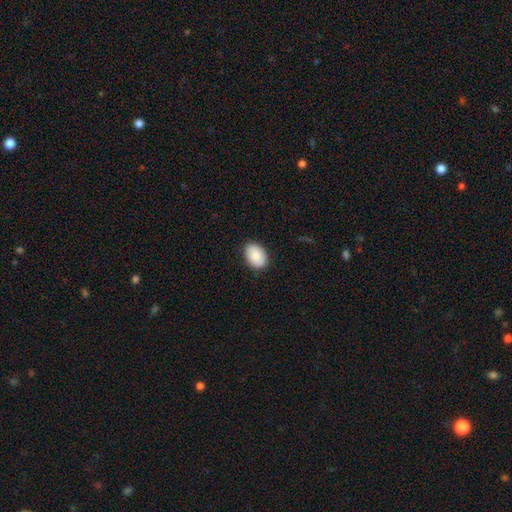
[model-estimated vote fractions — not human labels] Smooth or featured? Predicted: smooth (p=0.86). How rounded? Predicted: in between (p=0.83). Merging? Predicted: none (p=0.87).